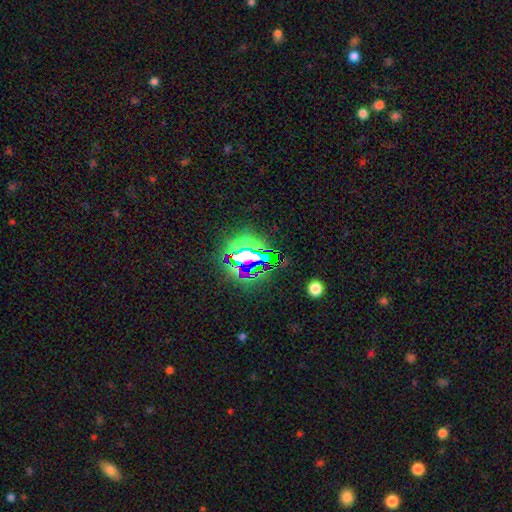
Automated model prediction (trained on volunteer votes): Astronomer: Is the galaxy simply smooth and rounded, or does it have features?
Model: star or artifact — 72%.